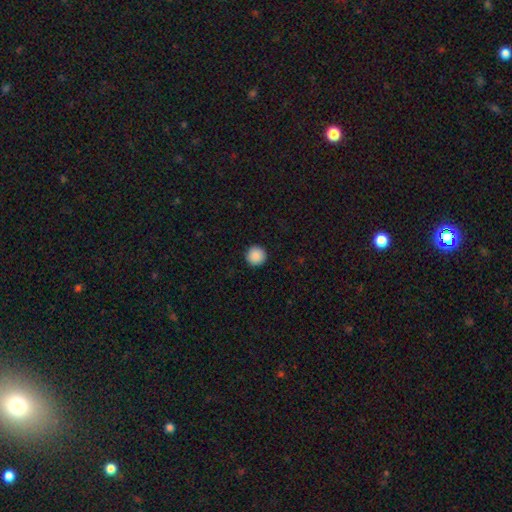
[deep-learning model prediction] Q: Smooth or featured?
A: smooth (89%); runner-up: star or artifact (8%)
Q: How rounded?
A: round (97%); runner-up: in between (3%)
Q: Merging?
A: none (94%); runner-up: minor disturbance (4%)